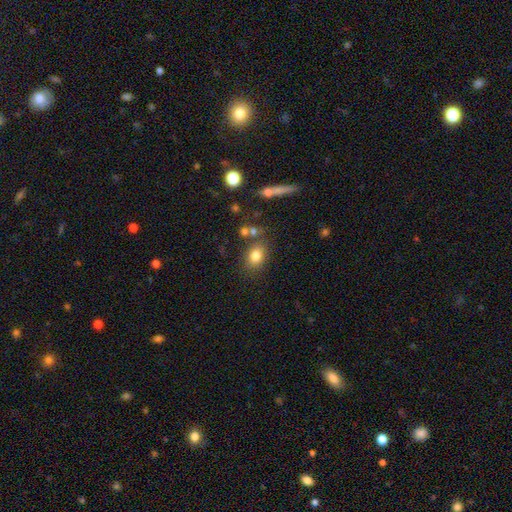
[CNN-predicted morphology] smooth-or-featured: smooth: 79% | star or artifact: 12% | featured or disk: 10%
  how-rounded: in between: 62% | round: 36% | cigar-shaped: 2%
  merging: none: 74% | minor disturbance: 13% | merger: 9% | major disturbance: 4%